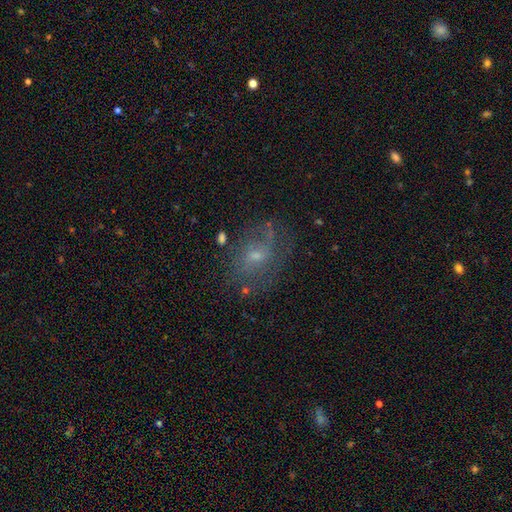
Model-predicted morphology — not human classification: Q: Smooth or featured?
A: featured or disk (59%); runner-up: smooth (26%)
Q: Edge-on disk?
A: no (95%); runner-up: yes (5%)
Q: Bar?
A: no (59%); runner-up: weak (35%)
Q: Spiral arms?
A: yes (71%); runner-up: no (29%)
Q: Bulge size?
A: small (59%); runner-up: moderate (32%)
Q: Merging?
A: none (61%); runner-up: minor disturbance (21%)